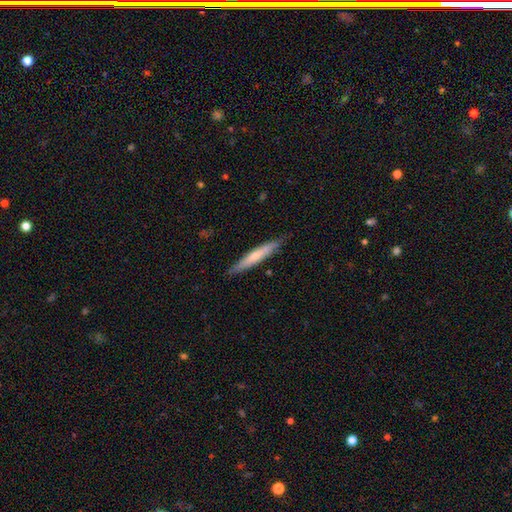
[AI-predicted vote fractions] This is possibly a smooth galaxy (58%). How rounded: clearly cigar-shaped (93%). Merging: clearly none (85%).